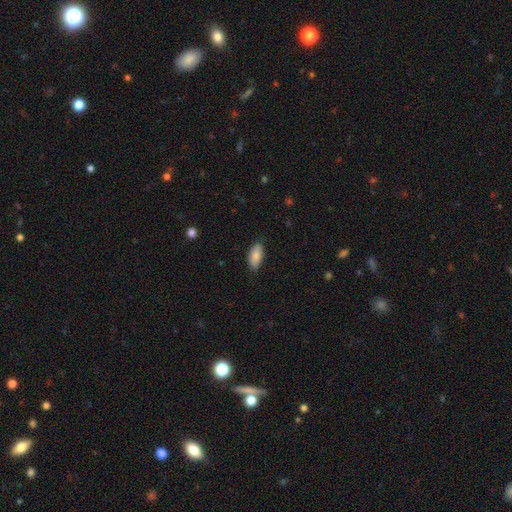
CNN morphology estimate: This is clearly a smooth galaxy (85%). How rounded: clearly in between (91%). Merging: likely none (80%).